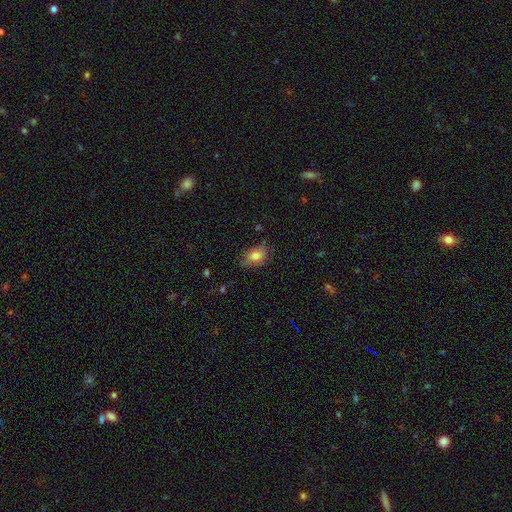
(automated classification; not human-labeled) smooth 75%, featured or disk 15%, star or artifact 9%. Down the decision tree: how rounded — in between (83%); merging — none (71%).